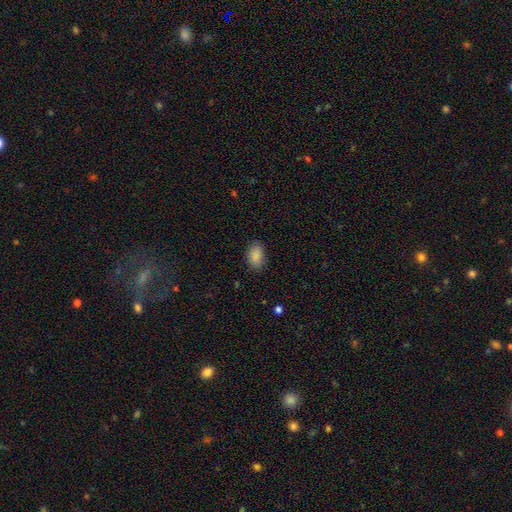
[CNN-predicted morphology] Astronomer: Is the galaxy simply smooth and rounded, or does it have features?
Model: smooth — 88%.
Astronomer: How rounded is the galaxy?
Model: in between — 89%.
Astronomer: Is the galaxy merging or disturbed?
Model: none — 83%.